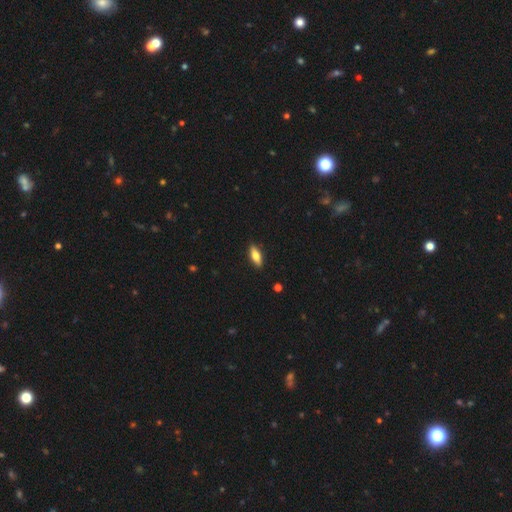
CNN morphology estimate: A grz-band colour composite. It shows a smooth galaxy with no disk features (68%) that is in between round and cigar-shaped (64%). Merging: none (89%).